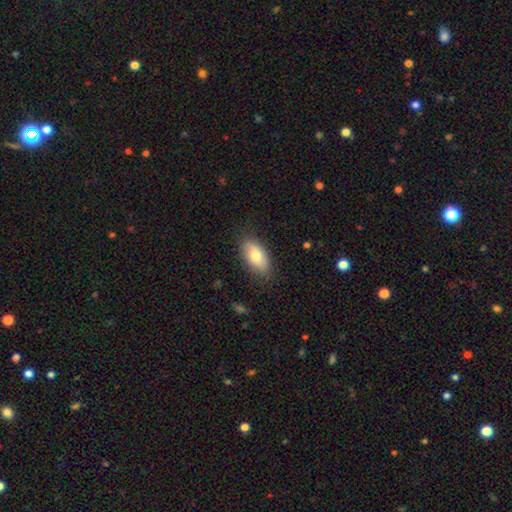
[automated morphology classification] Smooth or featured?
  - smooth: 77% *
  - featured or disk: 17%
  - star or artifact: 7%
How rounded?
  - in between: 92% *
  - round: 4%
  - cigar-shaped: 4%
Merging?
  - none: 81% *
  - minor disturbance: 15%
  - major disturbance: 3%
  - merger: 1%